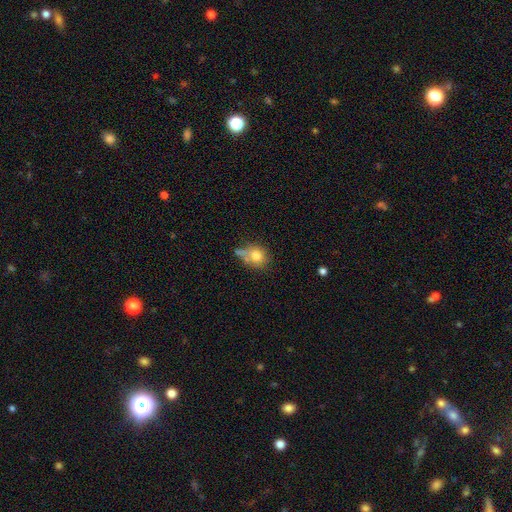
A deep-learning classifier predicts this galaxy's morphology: A smooth galaxy with no disk features (76%) that is round (72%). Merging: none (43%).